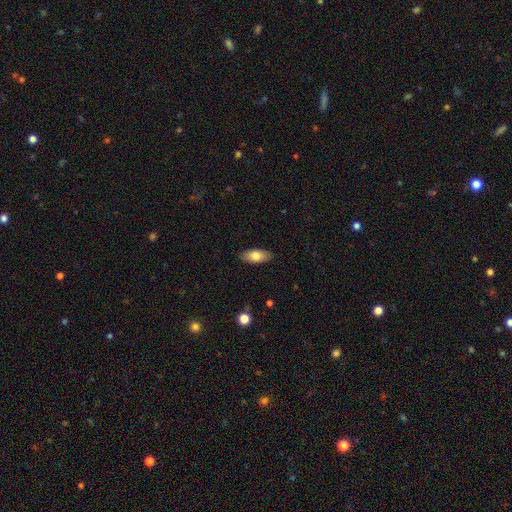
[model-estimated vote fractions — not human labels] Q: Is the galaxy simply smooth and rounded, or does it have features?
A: smooth — 78%.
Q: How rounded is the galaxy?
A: in between — 88%.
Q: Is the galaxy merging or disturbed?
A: none — 88%.